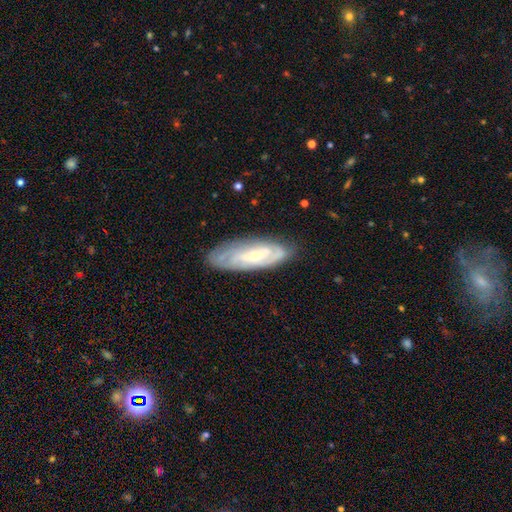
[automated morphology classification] Smooth or featured: featured or disk — 72% (smooth — 22%)
Edge-on disk: no — 83% (yes — 17%)
Bar: no — 54% (weak — 33%)
Spiral arms: yes — 87% (no — 13%)
Spiral winding: tight — 62% (medium — 29%)
Spiral arm count: can't tell — 51% (2 — 24%)
Bulge size: small — 68% (moderate — 26%)
Merging: none — 78% (minor disturbance — 16%)